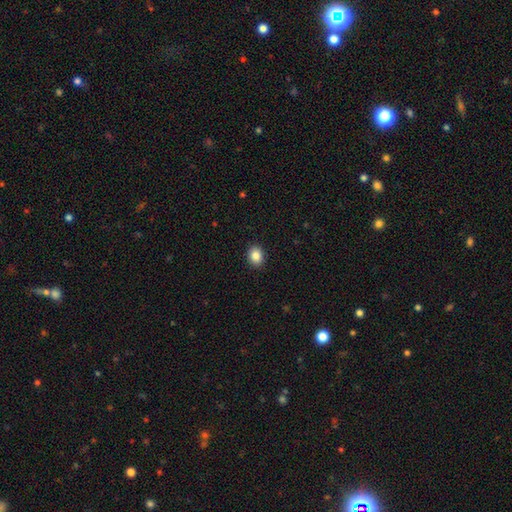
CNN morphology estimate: type=smooth (86%); roundness=in between (50%); merging=none (91%).